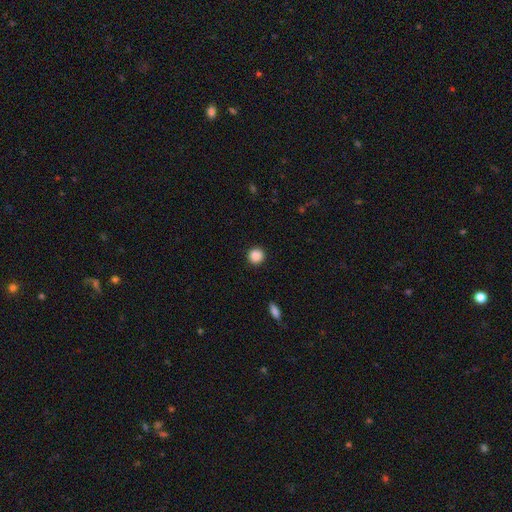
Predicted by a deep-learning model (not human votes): A smooth galaxy with no disk features (88%) that is round (92%). Merging: none (92%).